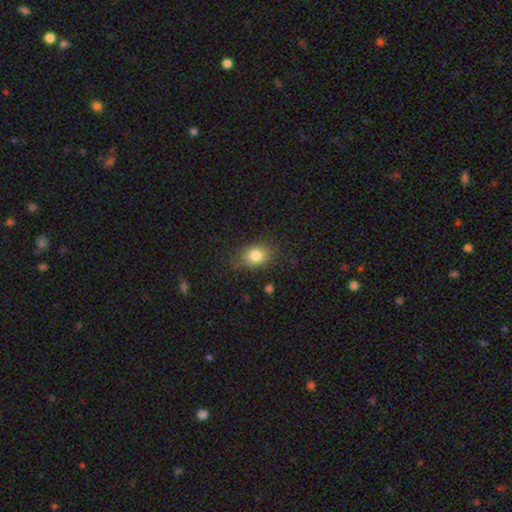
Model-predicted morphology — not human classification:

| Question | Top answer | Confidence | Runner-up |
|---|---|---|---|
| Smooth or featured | smooth | 81% | star or artifact (10%) |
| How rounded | in between | 64% | round (35%) |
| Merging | none | 79% | minor disturbance (15%) |